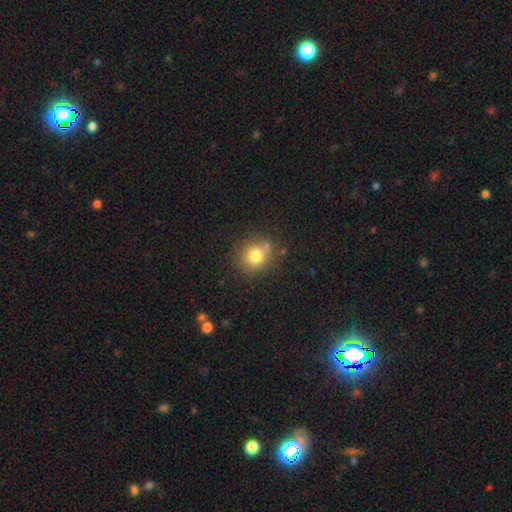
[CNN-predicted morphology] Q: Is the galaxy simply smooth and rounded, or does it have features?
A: smooth — 78%.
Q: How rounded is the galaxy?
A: round — 82%.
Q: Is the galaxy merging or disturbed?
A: none — 74%.